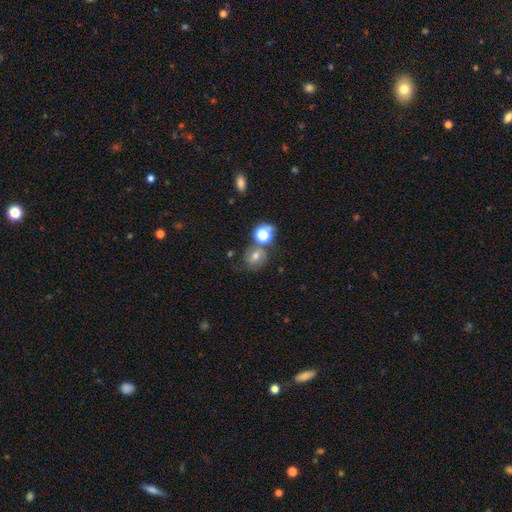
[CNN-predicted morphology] The model was most divided on "smooth or featured": smooth: 47%, featured or disk: 33%, star or artifact: 20%. More confident: merging — none (56%).